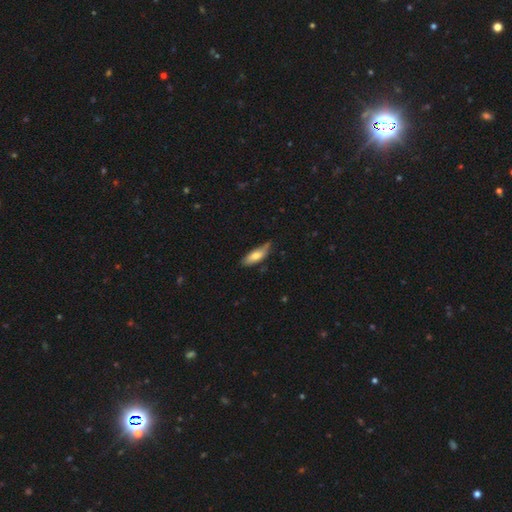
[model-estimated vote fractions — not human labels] The model was most divided on "how rounded": in between: 63%, cigar-shaped: 35%, round: 2%. More confident: smooth or featured — smooth (70%); merging — none (61%).